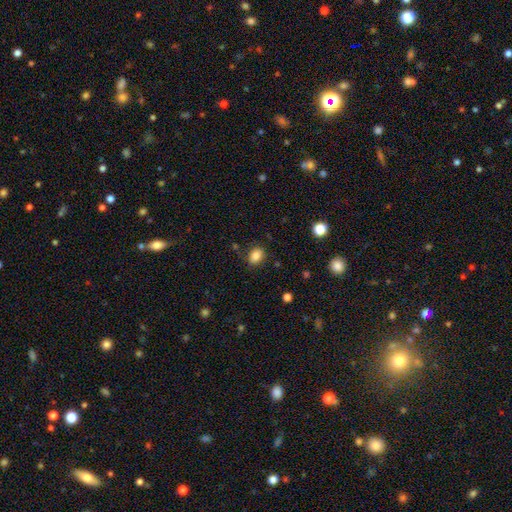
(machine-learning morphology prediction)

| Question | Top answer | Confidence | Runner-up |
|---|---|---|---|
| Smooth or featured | smooth | 84% | star or artifact (10%) |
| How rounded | in between | 66% | round (33%) |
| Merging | none | 81% | minor disturbance (13%) |